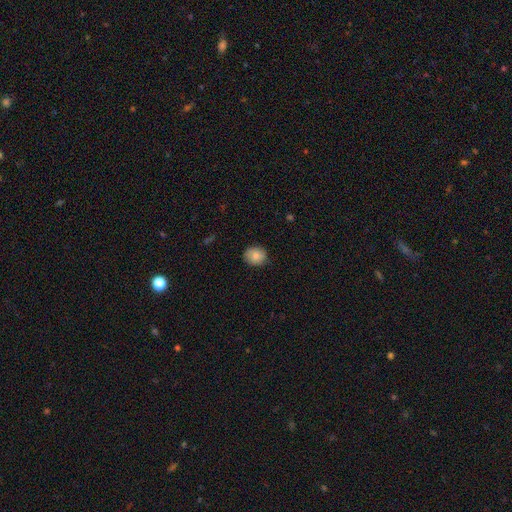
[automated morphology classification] The model was most divided on "how rounded": round: 65%, in between: 34%, cigar-shaped: 1%. More confident: smooth or featured — smooth (85%); merging — none (85%).